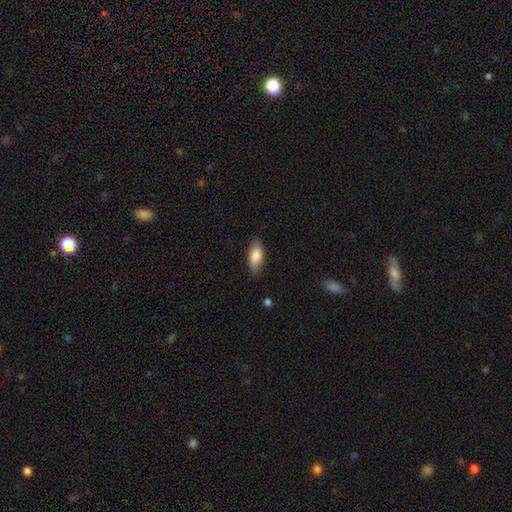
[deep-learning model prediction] Morphology: type=smooth (83%); roundness=in between (86%); merging=none (81%).